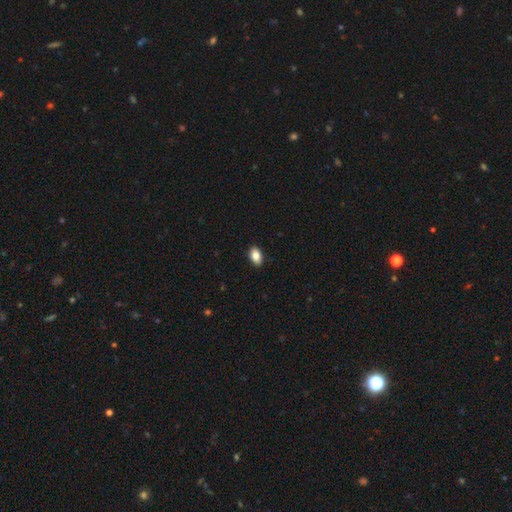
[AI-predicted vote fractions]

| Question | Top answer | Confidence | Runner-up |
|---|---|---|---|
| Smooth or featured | smooth | 85% | star or artifact (8%) |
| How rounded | in between | 91% | round (7%) |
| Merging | none | 89% | minor disturbance (8%) |